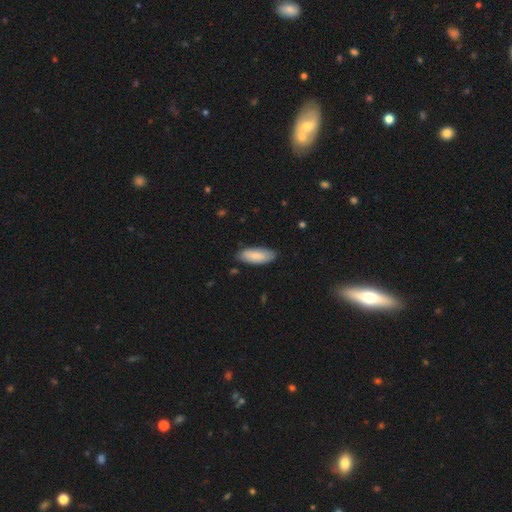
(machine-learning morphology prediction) Smooth or featured? smooth (85%)
How rounded? in between (74%)
Merging? none (83%)